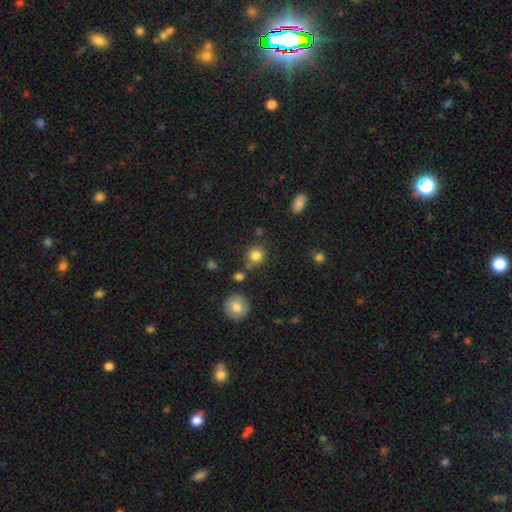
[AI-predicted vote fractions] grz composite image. It shows a smooth galaxy with no disk features (82%) that is round (89%). Merging: none (76%).